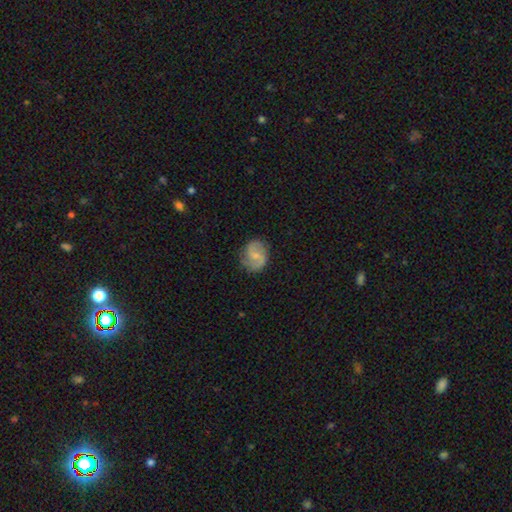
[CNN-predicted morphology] Smooth or featured? featured or disk (66%)
Edge-on disk? no (98%)
Bar? weak (52%)
Spiral arms? yes (92%)
Spiral winding? medium (51%)
Spiral arm count? 2 (86%)
Bulge size? small (56%)
Merging? none (77%)